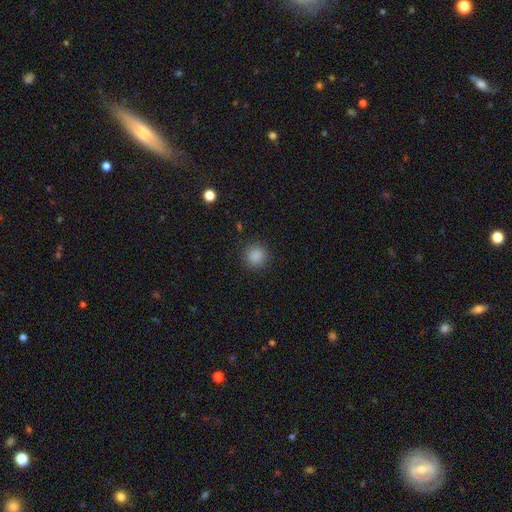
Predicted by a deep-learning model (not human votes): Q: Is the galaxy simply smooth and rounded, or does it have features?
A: smooth — 87%.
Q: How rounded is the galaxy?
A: round — 93%.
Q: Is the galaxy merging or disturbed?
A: none — 90%.